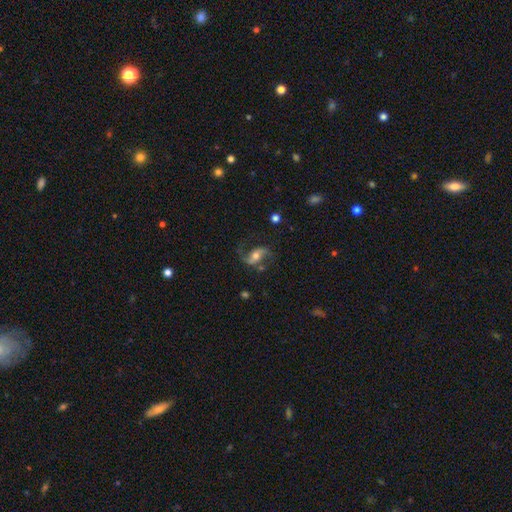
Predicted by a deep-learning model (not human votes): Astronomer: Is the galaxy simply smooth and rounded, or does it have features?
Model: featured or disk — 78%.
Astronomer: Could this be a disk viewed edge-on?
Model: no — 96%.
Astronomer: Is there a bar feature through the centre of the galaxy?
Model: no — 43% (runner-up: weak, 33%).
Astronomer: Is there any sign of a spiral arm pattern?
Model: yes — 93%.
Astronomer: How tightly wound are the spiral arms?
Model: loose — 68%.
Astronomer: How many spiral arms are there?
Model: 2 — 90%.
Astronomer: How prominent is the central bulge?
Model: moderate — 66%.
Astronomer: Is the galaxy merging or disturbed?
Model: none — 67%.